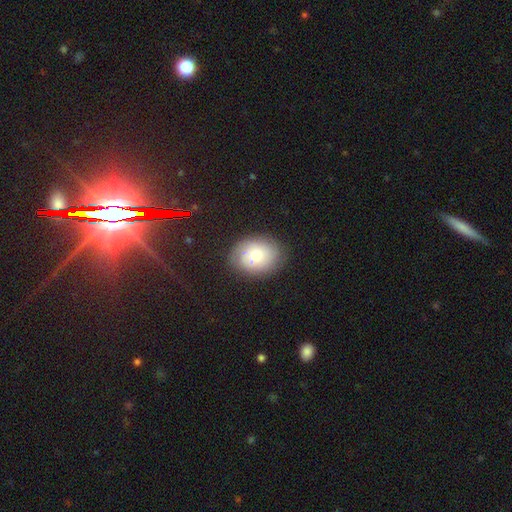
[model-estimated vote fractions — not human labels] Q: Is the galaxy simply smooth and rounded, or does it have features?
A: smooth — 57%.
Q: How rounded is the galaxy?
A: in between — 57%.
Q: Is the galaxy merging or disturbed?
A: none — 79%.